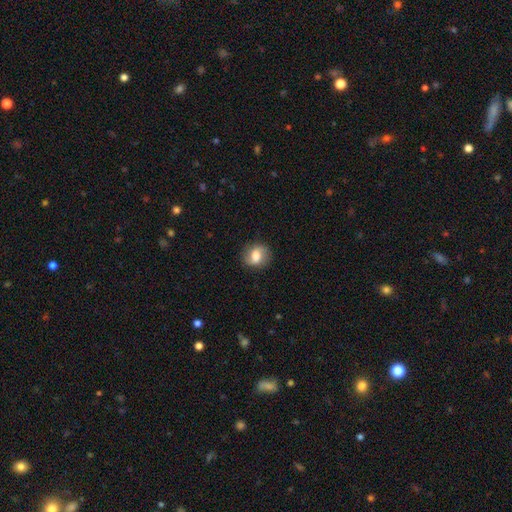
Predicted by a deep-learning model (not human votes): Smooth or featured: smooth — 53% (featured or disk — 38%)
How rounded: round — 70% (in between — 29%)
Merging: none — 84% (minor disturbance — 11%)